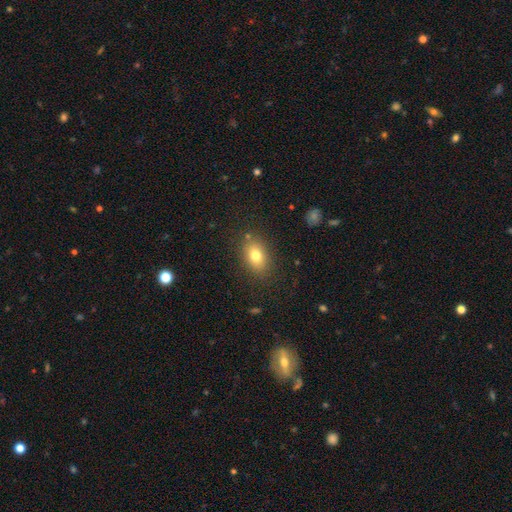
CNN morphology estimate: Smooth or featured?
  - smooth: 78% *
  - featured or disk: 12%
  - star or artifact: 10%
How rounded?
  - in between: 79% *
  - round: 19%
  - cigar-shaped: 2%
Merging?
  - none: 83% *
  - minor disturbance: 11%
  - major disturbance: 4%
  - merger: 2%